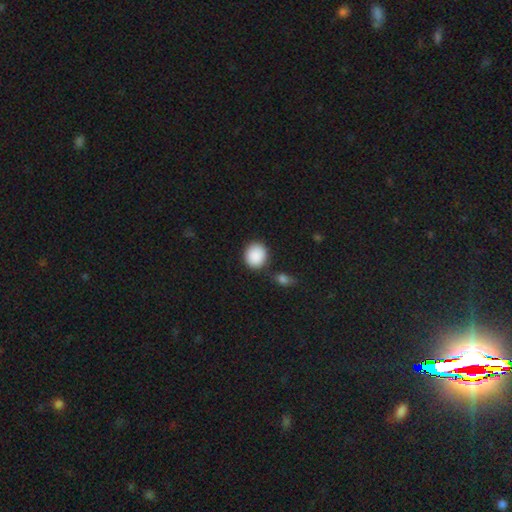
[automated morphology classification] Overall: smooth (90%). How rounded: round (77%). Merging: none (80%).